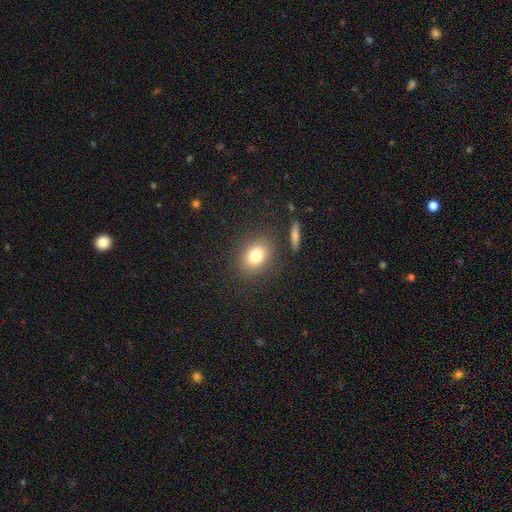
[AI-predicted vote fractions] This appears to be a smooth galaxy with no disk features (78%) that is in between round and cigar-shaped (53%). Merging: none (84%).